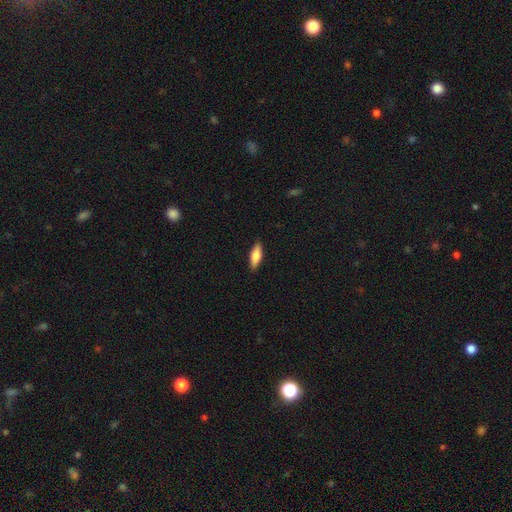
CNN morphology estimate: type=smooth (73%); roundness=in between (62%); merging=none (89%).